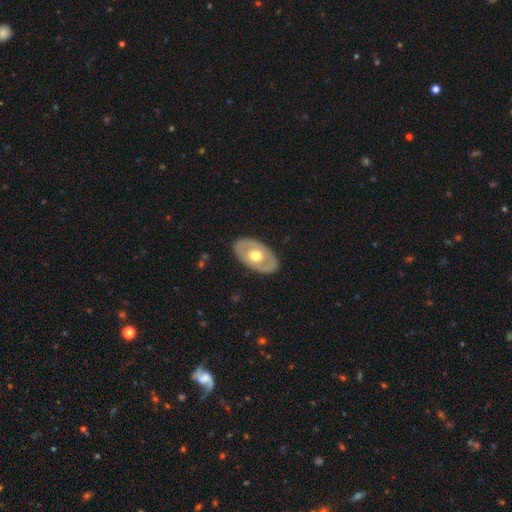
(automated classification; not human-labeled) smooth-or-featured: featured or disk: 52% | smooth: 44% | star or artifact: 4%
  disk-edge-on: no: 86% | yes: 14%
  merging: none: 85% | minor disturbance: 11% | major disturbance: 3% | merger: 1%